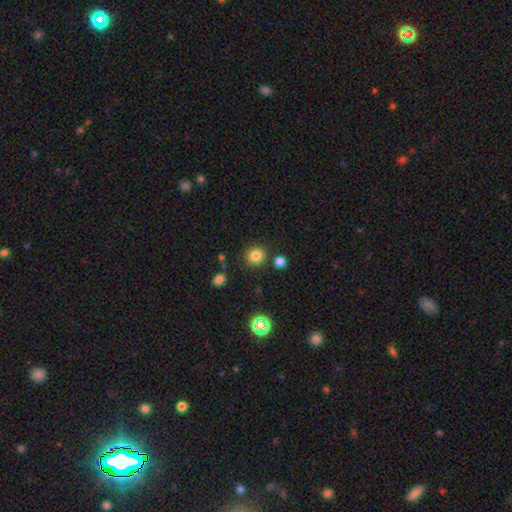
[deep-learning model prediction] Overall: smooth (81%). How rounded: round (92%). Merging: none (85%).